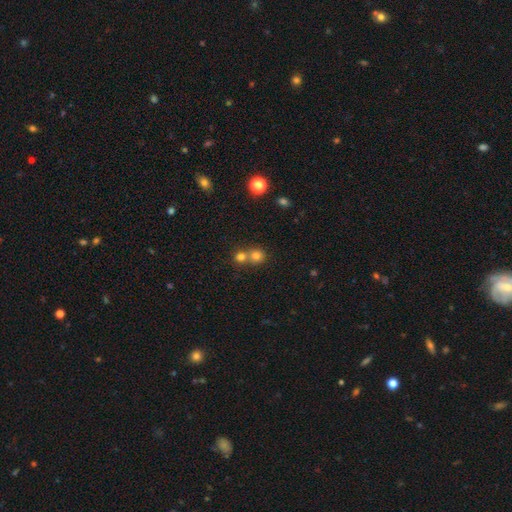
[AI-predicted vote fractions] The model was most divided on "merging": merger: 47%, none: 45%, minor disturbance: 5%, major disturbance: 2%. More confident: how rounded — round (87%); smooth or featured — smooth (74%).